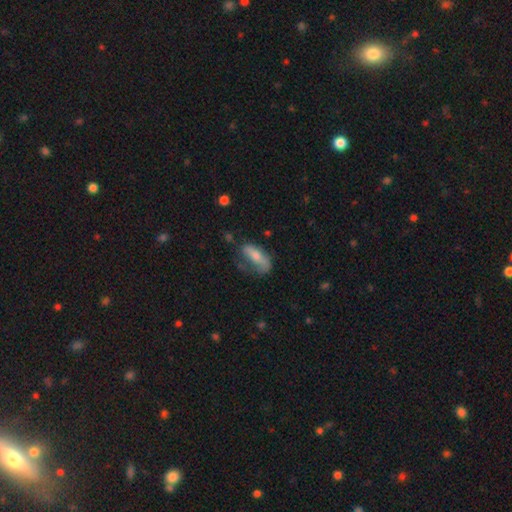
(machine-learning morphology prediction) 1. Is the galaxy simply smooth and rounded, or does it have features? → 61% smooth, 32% featured or disk, 8% star or artifact.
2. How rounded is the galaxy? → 67% in between, 30% cigar-shaped, 3% round.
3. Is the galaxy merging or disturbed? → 44% none, 31% minor disturbance, 21% major disturbance, 3% merger.